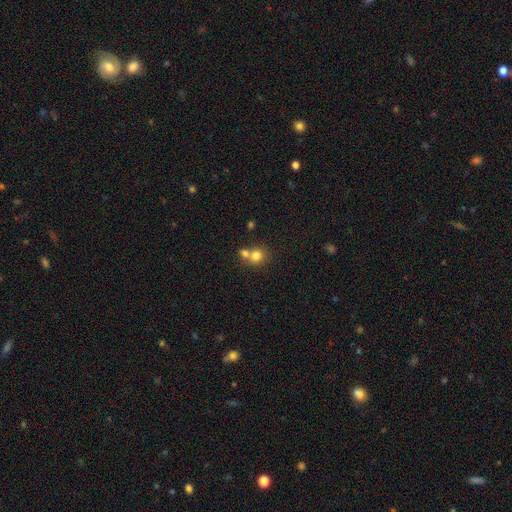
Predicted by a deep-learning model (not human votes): smooth-or-featured: smooth: 78% | star or artifact: 12% | featured or disk: 11%
  how-rounded: round: 82% | in between: 17% | cigar-shaped: 1%
  merging: merger: 49% | none: 41% | minor disturbance: 7% | major disturbance: 3%